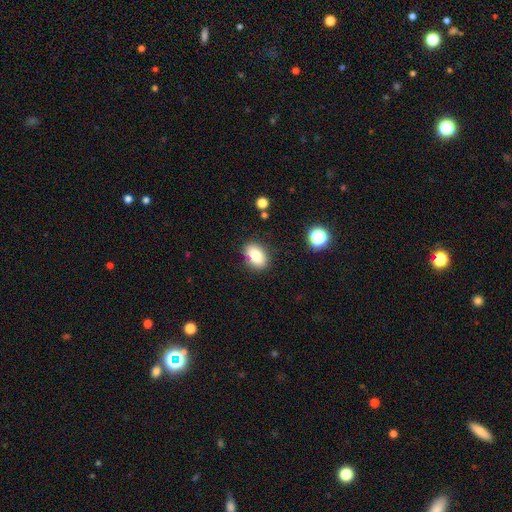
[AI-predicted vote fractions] Smooth or featured?
  - smooth: 81% *
  - featured or disk: 10%
  - star or artifact: 9%
How rounded?
  - in between: 82% *
  - round: 16%
  - cigar-shaped: 2%
Merging?
  - none: 84% *
  - minor disturbance: 11%
  - major disturbance: 3%
  - merger: 2%